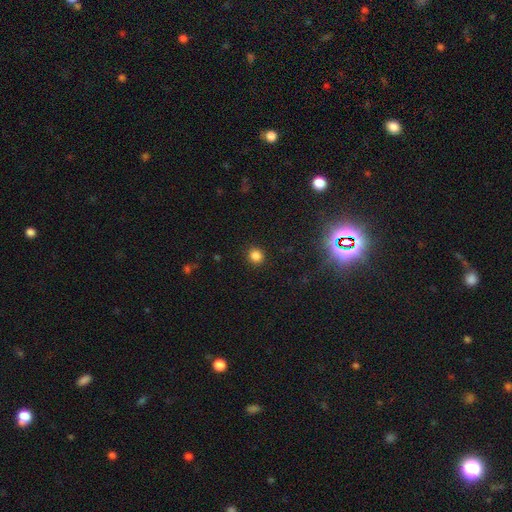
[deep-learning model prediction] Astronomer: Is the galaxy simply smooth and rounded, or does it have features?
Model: smooth — 83%.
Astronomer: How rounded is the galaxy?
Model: round — 88%.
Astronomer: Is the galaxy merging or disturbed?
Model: none — 91%.